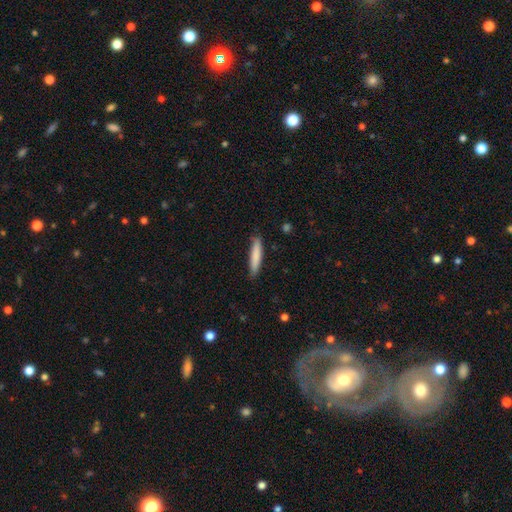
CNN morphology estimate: Overall: smooth (81%). How rounded: cigar-shaped (90%). Merging: none (85%).